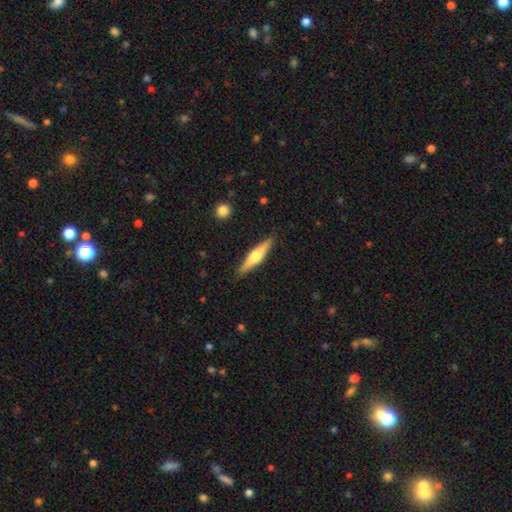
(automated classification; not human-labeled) This appears to be a featured or disk galaxy (53%) viewed edge-on (95%) with a rounded central bulge (89%). Merging: none (88%).